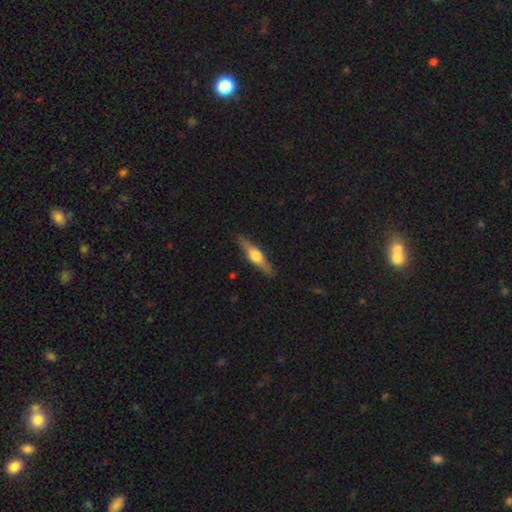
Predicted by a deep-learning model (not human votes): A featured or disk galaxy (64%) viewed edge-on (96%) with a rounded central bulge (93%).

Vote fractions:
- Smooth or featured? featured or disk: 64% / smooth: 30% / star or artifact: 5%
- Edge-on disk? yes: 96% / no: 4%
- Edge-on bulge? rounded: 93% / boxy: 4% / none: 2%
- Merging? none: 89% / minor disturbance: 8% / major disturbance: 2% / merger: 1%